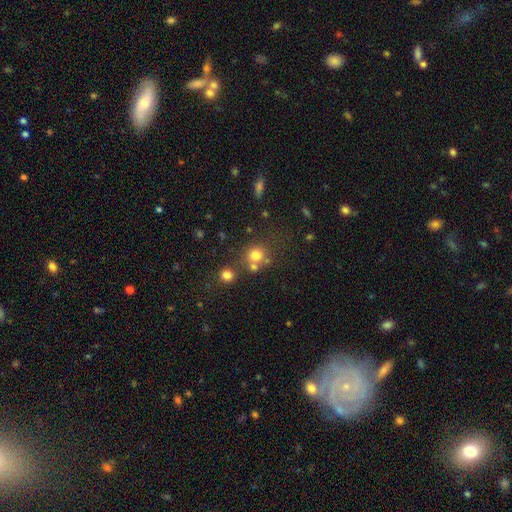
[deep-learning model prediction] Smooth or featured? smooth (75%)
How rounded? round (86%)
Merging? none (59%)